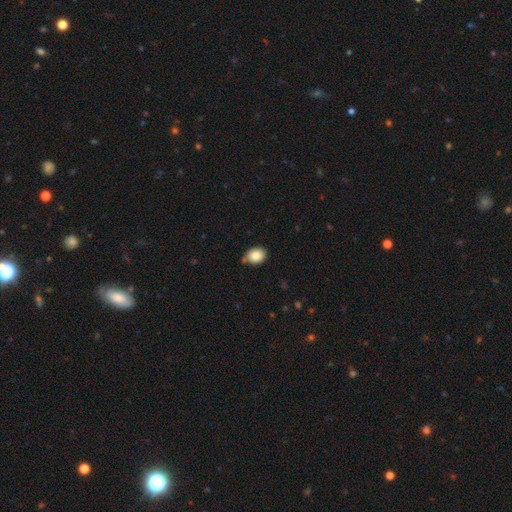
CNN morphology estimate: Smooth or featured?
  - smooth: 86% *
  - star or artifact: 9%
  - featured or disk: 6%
How rounded?
  - in between: 51% *
  - round: 48%
  - cigar-shaped: 1%
Merging?
  - none: 76% *
  - minor disturbance: 16%
  - merger: 5%
  - major disturbance: 3%